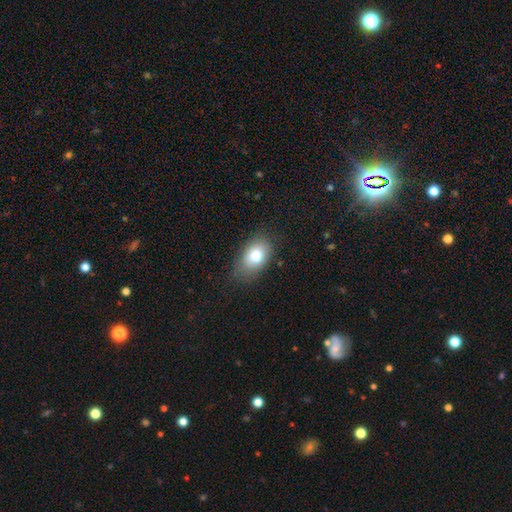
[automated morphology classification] Smooth or featured? smooth (79%)
How rounded? in between (86%)
Merging? none (75%)